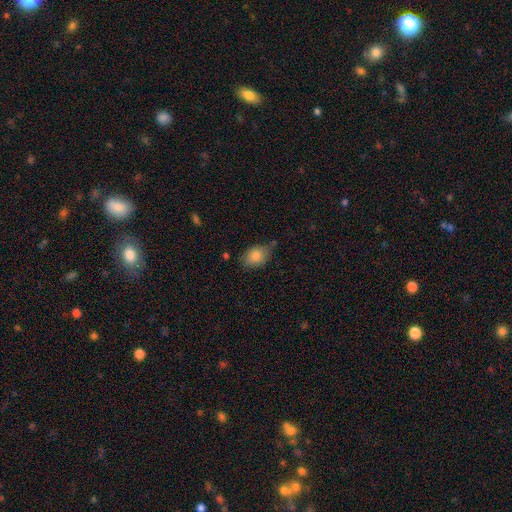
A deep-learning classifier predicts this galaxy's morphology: Smooth or featured?
  - smooth: 83% *
  - featured or disk: 9%
  - star or artifact: 8%
How rounded?
  - in between: 73% *
  - round: 25%
  - cigar-shaped: 2%
Merging?
  - none: 60% *
  - minor disturbance: 29%
  - major disturbance: 7%
  - merger: 5%